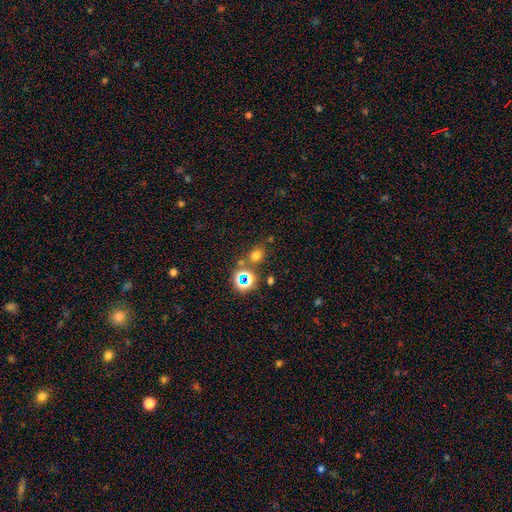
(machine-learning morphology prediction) A smooth galaxy with no disk features (67%) that is round (63%).

Vote fractions:
- Smooth or featured? smooth: 67% / star or artifact: 25% / featured or disk: 7%
- How rounded? round: 63% / in between: 36% / cigar-shaped: 1%
- Merging? none: 72% / merger: 13% / minor disturbance: 10% / major disturbance: 4%